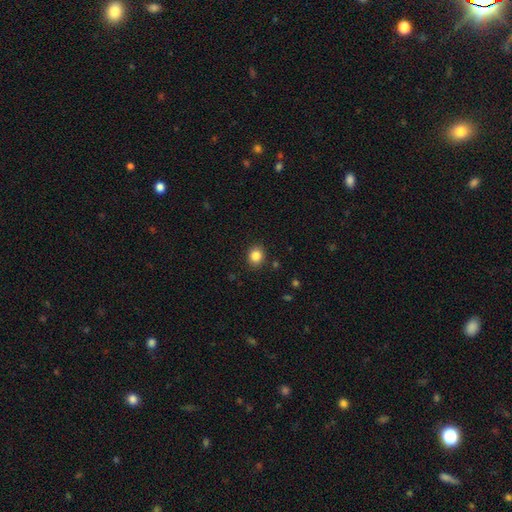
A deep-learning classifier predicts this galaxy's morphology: A smooth galaxy with no disk features (84%) that is round (67%). Merging: none (88%).